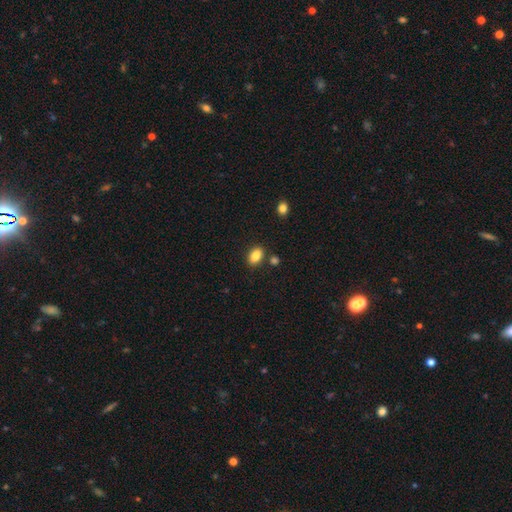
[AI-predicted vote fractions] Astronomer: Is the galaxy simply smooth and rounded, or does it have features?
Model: smooth — 87%.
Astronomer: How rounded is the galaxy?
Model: in between — 87%.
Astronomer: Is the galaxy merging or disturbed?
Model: none — 81%.